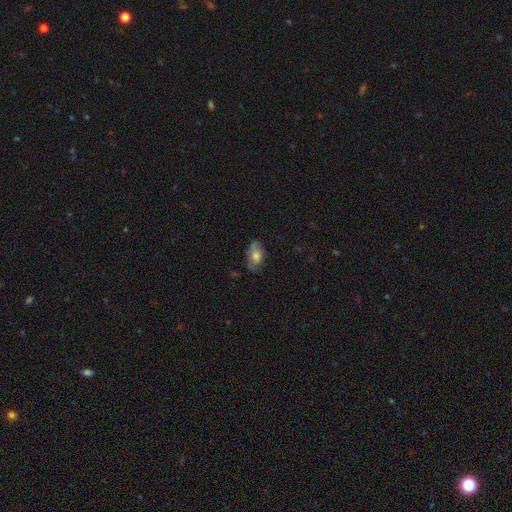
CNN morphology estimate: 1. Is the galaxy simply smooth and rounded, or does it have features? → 67% smooth, 25% featured or disk, 8% star or artifact.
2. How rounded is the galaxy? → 89% in between, 8% round, 3% cigar-shaped.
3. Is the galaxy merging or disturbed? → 64% none, 27% minor disturbance, 7% major disturbance, 2% merger.